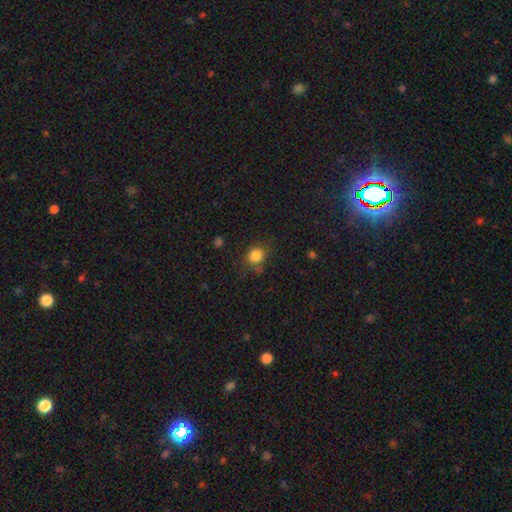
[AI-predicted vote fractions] A smooth galaxy with no disk features (83%) that is round (73%). Merging: none (71%).